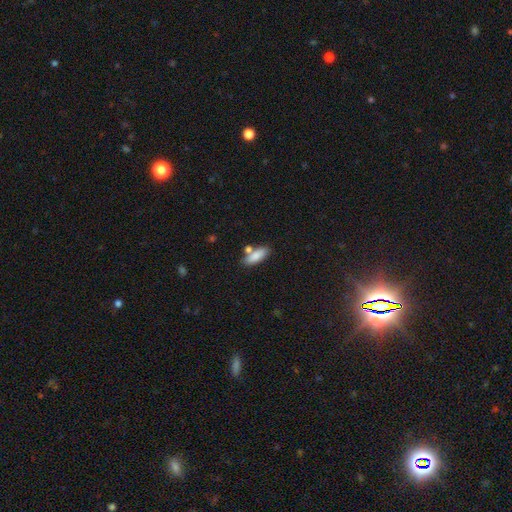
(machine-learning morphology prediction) A smooth galaxy with no disk features (83%) that is in between round and cigar-shaped (69%). Merging: none (67%).